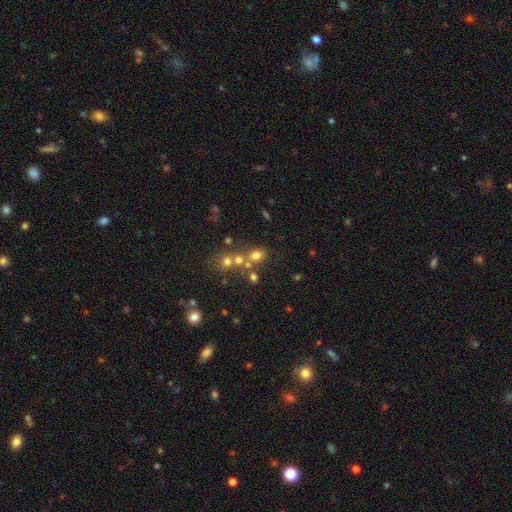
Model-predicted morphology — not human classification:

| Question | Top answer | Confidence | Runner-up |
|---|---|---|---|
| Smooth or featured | smooth | 66% | star or artifact (19%) |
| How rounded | round | 56% | in between (42%) |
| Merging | none | 48% | merger (35%) |